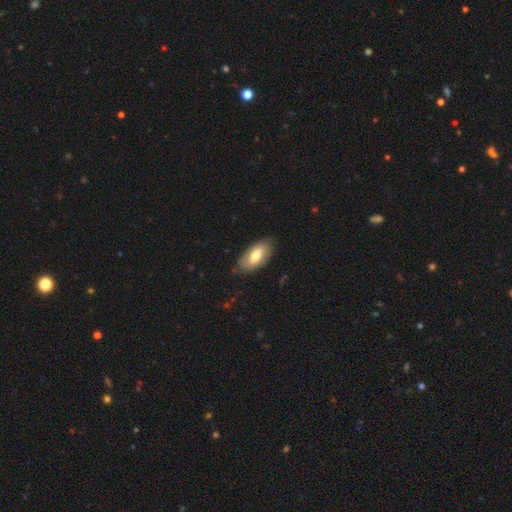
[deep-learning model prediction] Overall: smooth (65%; featured or disk 29%). How rounded: in between (93%). Merging: none (80%).